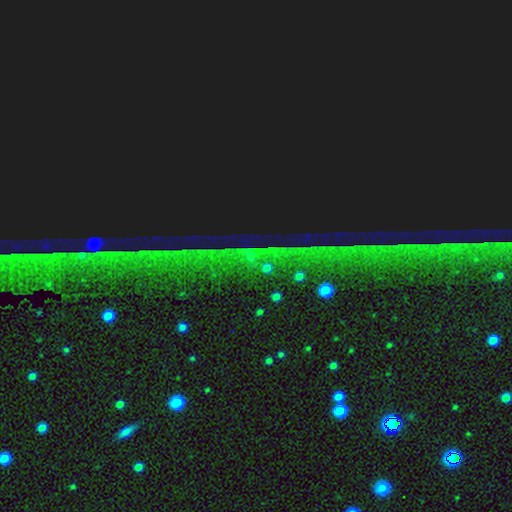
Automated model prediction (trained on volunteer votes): star or artifact 88%, featured or disk 7%, smooth 5%.